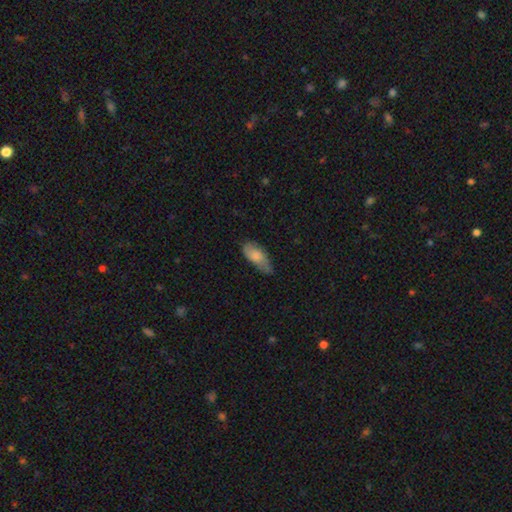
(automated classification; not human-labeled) smooth 75%, featured or disk 19%, star or artifact 6%. Down the decision tree: how rounded — in between (84%); merging — none (57%).